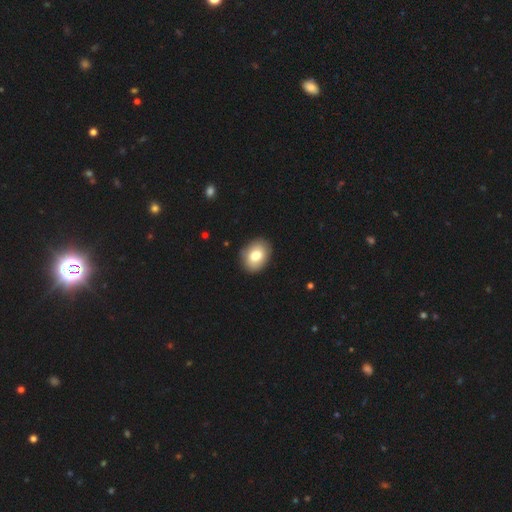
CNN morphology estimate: The model was most divided on "how rounded": in between: 69%, round: 30%, cigar-shaped: 1%. More confident: merging — none (87%); smooth or featured — smooth (81%).